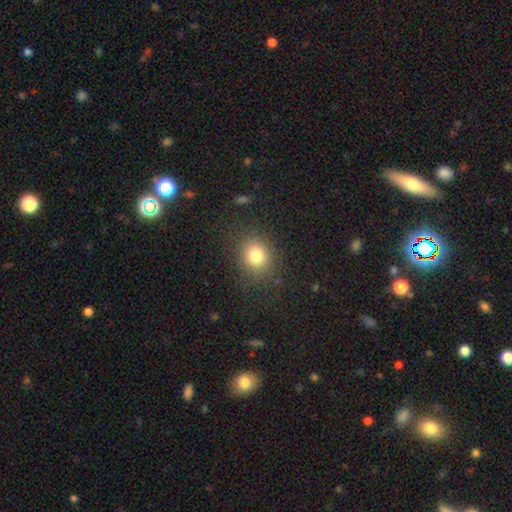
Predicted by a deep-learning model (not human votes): Smooth or featured: smooth — 79% (star or artifact — 13%)
How rounded: round — 69% (in between — 30%)
Merging: none — 85% (minor disturbance — 9%)